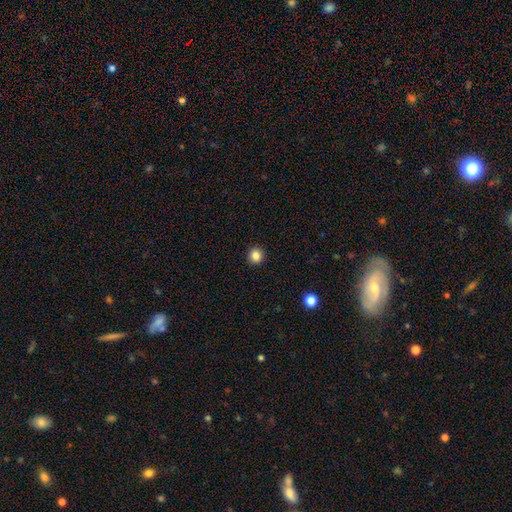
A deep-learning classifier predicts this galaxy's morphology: Smooth or featured: smooth — 84% (star or artifact — 11%)
How rounded: round — 94% (in between — 5%)
Merging: none — 93% (minor disturbance — 4%)